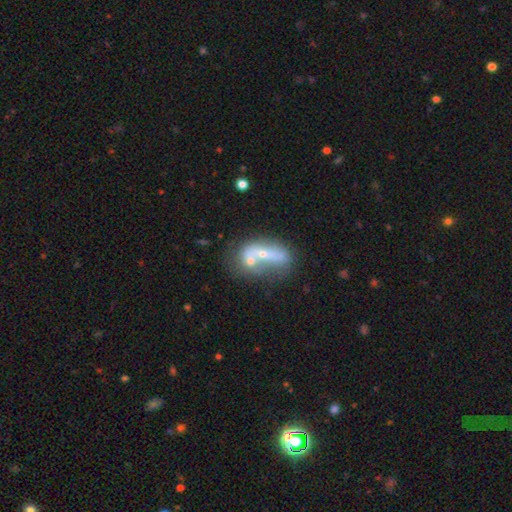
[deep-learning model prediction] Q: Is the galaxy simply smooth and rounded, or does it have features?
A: featured or disk — 50%.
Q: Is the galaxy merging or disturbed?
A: merger — 55%.